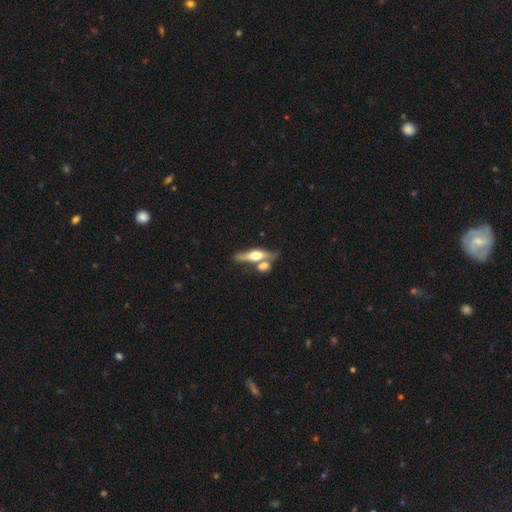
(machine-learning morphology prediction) Q: Smooth or featured?
A: featured or disk (58%); runner-up: smooth (35%)
Q: Edge-on disk?
A: yes (89%); runner-up: no (11%)
Q: Edge-on bulge?
A: rounded (94%); runner-up: boxy (4%)
Q: Merging?
A: none (53%); runner-up: merger (32%)